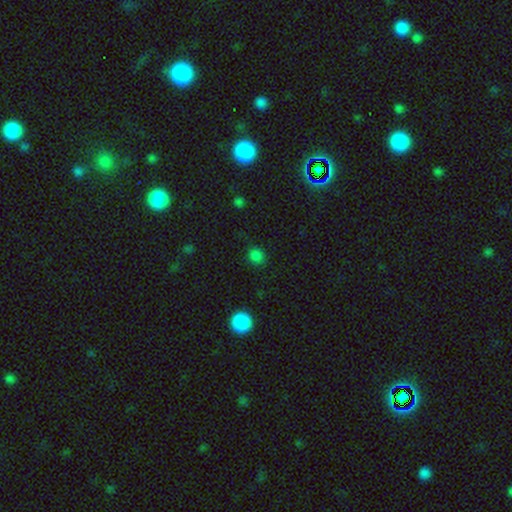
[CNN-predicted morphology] Smooth or featured? smooth (80%)
How rounded? round (88%)
Merging? none (83%)